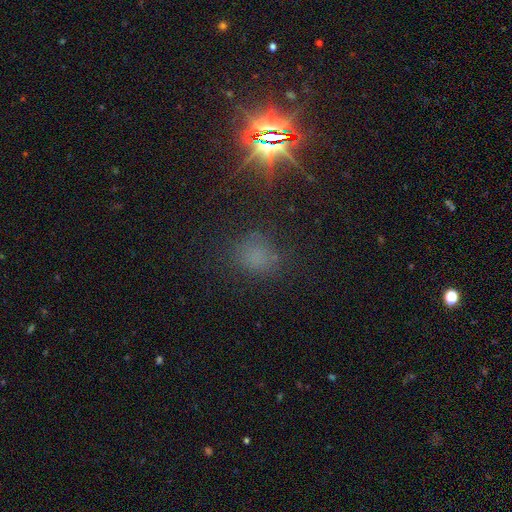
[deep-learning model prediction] A smooth galaxy with no disk features (52%) that is round (71%).

Vote fractions:
- Smooth or featured? smooth: 52% / star or artifact: 38% / featured or disk: 10%
- How rounded? round: 71% / in between: 27% / cigar-shaped: 2%
- Merging? none: 75% / minor disturbance: 15% / major disturbance: 8% / merger: 2%